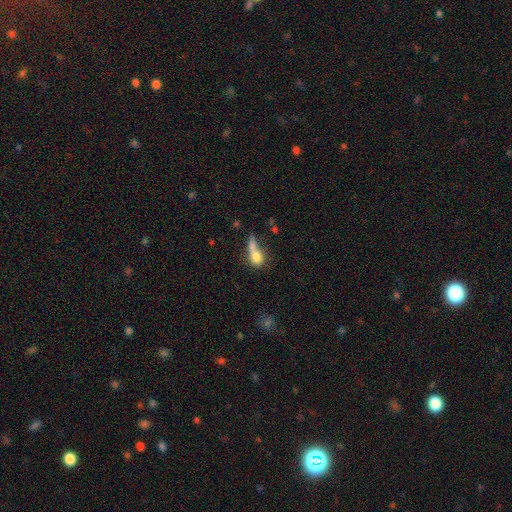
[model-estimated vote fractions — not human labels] This appears to be a smooth galaxy with no disk features (70%) that is in between round and cigar-shaped (53%). Merging: merger (38%).